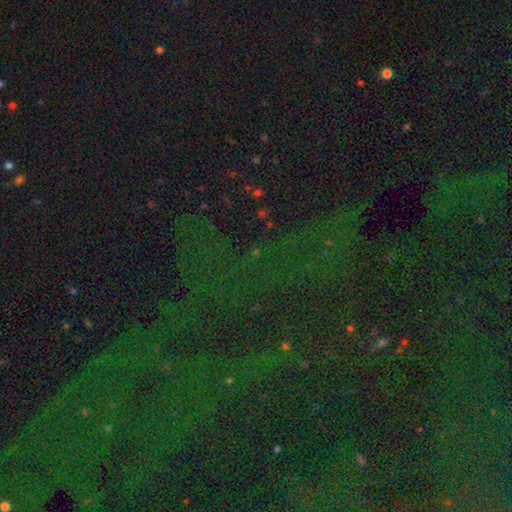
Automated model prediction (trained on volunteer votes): This appears to be a star or artifact, not a galaxy (82%).